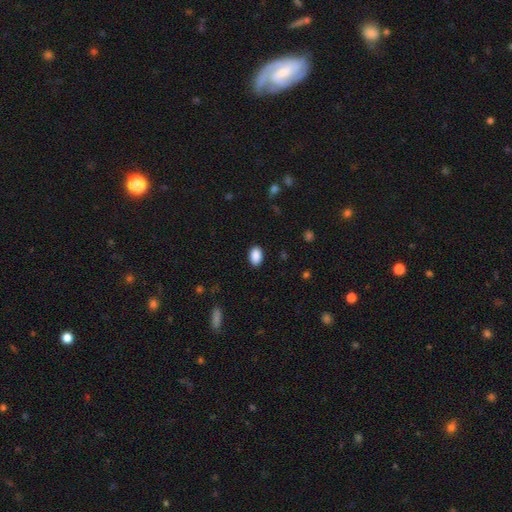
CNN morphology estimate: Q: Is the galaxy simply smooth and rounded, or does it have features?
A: smooth — 90%.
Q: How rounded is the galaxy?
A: in between — 88%.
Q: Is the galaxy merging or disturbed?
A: none — 88%.